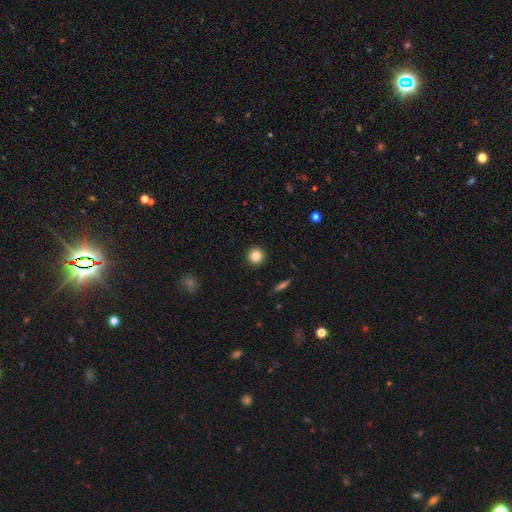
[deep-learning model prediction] smooth_or_featured: smooth (p=0.84) [alt: star or artifact p=0.10]
how_rounded: round (p=0.94) [alt: in between p=0.05]
merging: none (p=0.93) [alt: minor disturbance p=0.05]